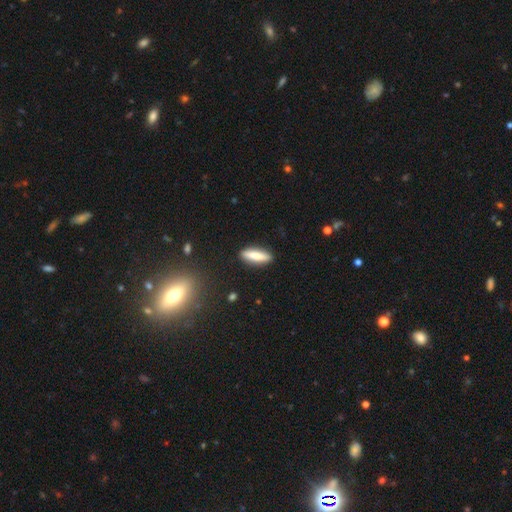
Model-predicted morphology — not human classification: Smooth or featured?
  - smooth: 78% *
  - featured or disk: 16%
  - star or artifact: 6%
How rounded?
  - cigar-shaped: 67% *
  - in between: 31%
  - round: 2%
Merging?
  - none: 89% *
  - minor disturbance: 8%
  - major disturbance: 2%
  - merger: 1%